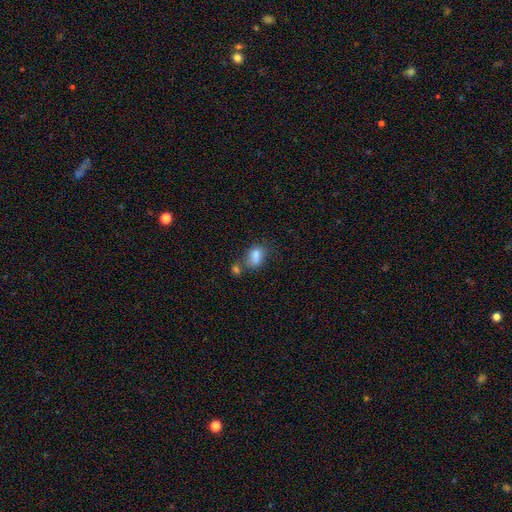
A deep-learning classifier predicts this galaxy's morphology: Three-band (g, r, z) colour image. It shows a smooth galaxy with no disk features (78%) that is in between round and cigar-shaped (71%). Merging: none (36%).